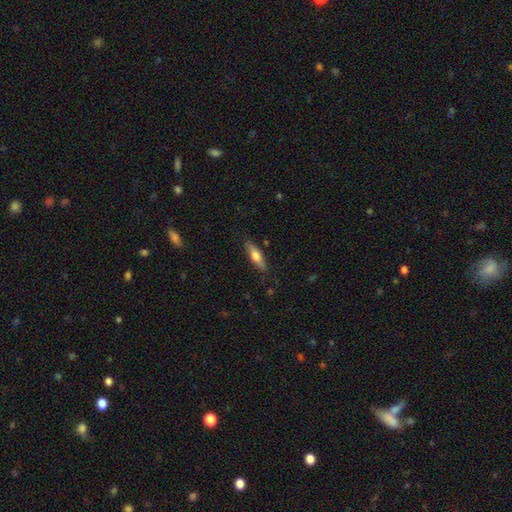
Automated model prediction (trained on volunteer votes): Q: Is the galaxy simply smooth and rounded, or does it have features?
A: smooth — 64%.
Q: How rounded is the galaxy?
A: cigar-shaped — 60%.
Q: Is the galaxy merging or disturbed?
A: none — 84%.